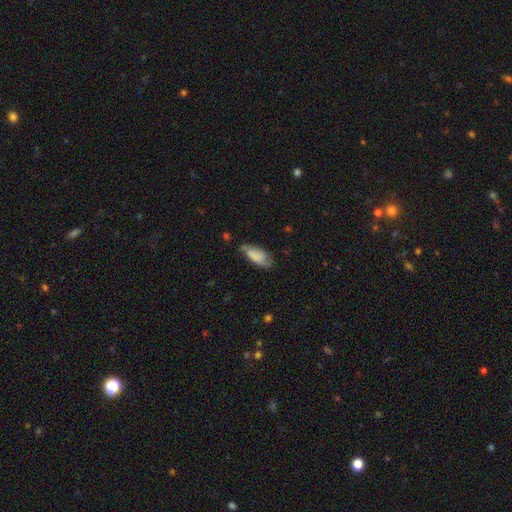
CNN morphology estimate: Smooth or featured? smooth (69%)
How rounded? in between (86%)
Merging? none (46%)